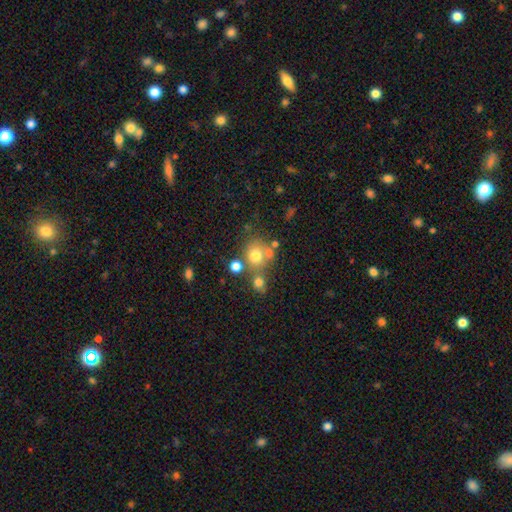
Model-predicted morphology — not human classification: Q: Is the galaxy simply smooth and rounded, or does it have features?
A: smooth — 70%.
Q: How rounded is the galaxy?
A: round — 81%.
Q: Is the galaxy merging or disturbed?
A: none — 54%.